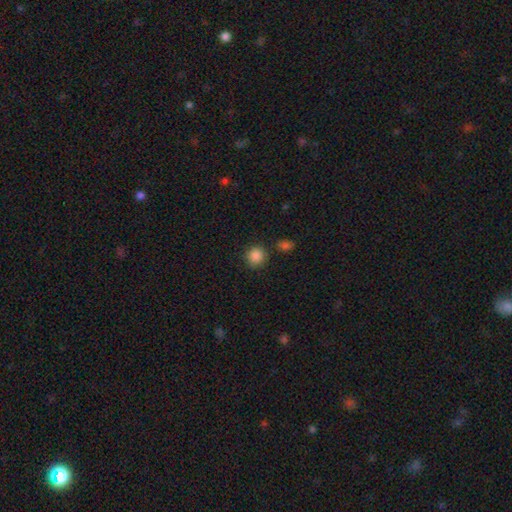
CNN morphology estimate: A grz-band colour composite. It shows a smooth galaxy with no disk features (87%) that is round (91%). Merging: none (83%).